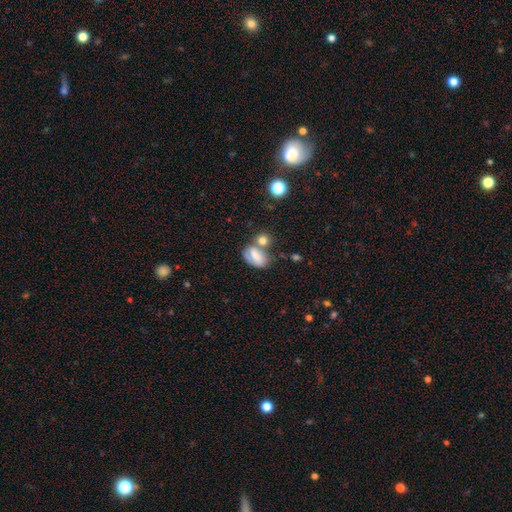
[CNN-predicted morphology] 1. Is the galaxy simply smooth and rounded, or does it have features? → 69% smooth, 21% featured or disk, 11% star or artifact.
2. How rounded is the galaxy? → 81% in between, 16% round, 3% cigar-shaped.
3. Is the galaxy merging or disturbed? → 37% none, 34% merger, 19% minor disturbance, 11% major disturbance.